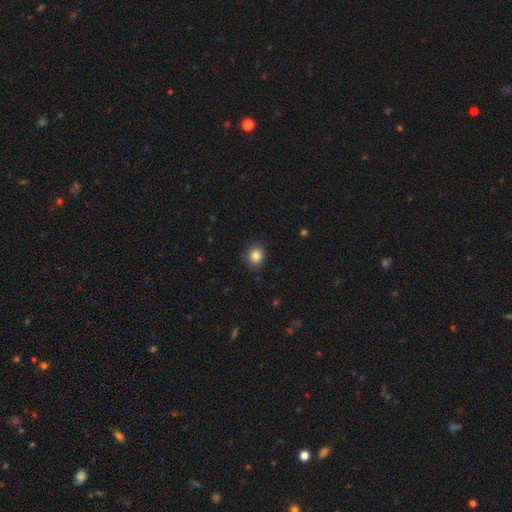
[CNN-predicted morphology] Smooth or featured?
  - smooth: 85% *
  - star or artifact: 10%
  - featured or disk: 5%
How rounded?
  - round: 81% *
  - in between: 18%
  - cigar-shaped: 1%
Merging?
  - none: 86% *
  - minor disturbance: 10%
  - major disturbance: 2%
  - merger: 1%